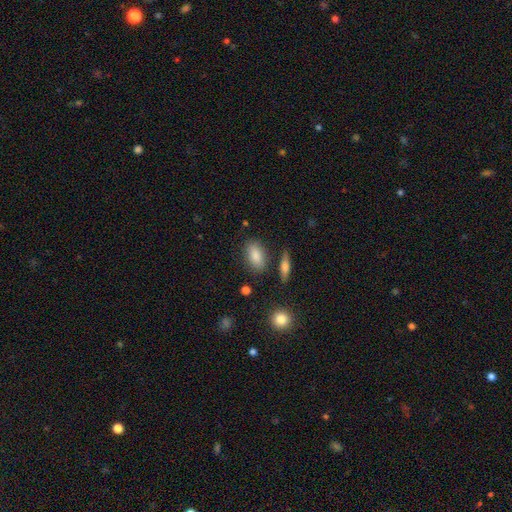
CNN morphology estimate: Overall: smooth (85%). How rounded: in between (88%). Merging: none (81%).